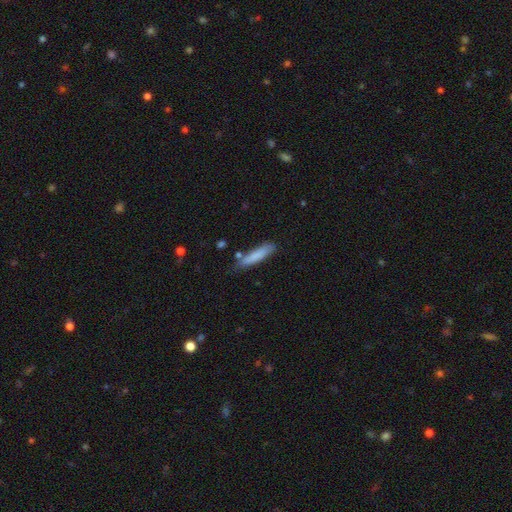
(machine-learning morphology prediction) Smooth or featured? smooth (80%)
How rounded? cigar-shaped (85%)
Merging? none (71%)